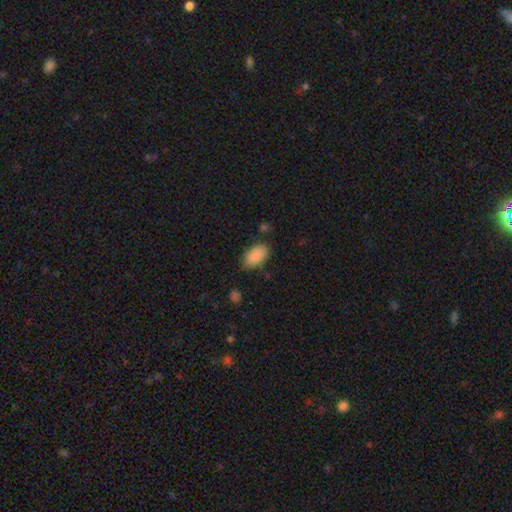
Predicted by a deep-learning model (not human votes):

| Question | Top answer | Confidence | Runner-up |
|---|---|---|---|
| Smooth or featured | smooth | 87% | star or artifact (7%) |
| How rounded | in between | 93% | round (5%) |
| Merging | none | 75% | minor disturbance (18%) |